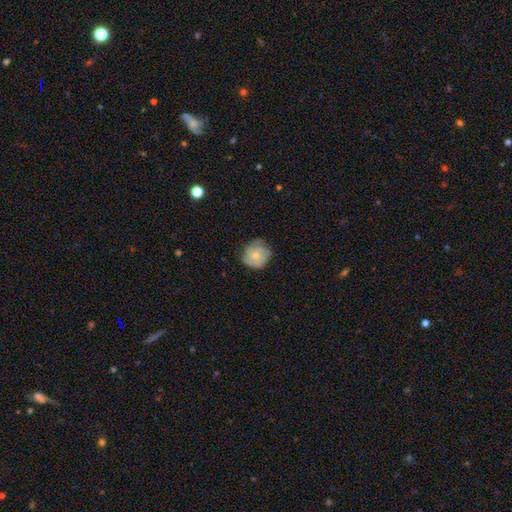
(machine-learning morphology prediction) Smooth or featured? smooth (51%)
How rounded? round (85%)
Merging? none (68%)